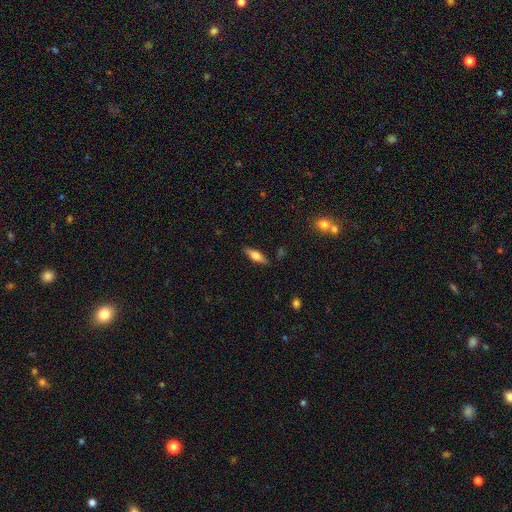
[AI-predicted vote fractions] Smooth or featured? Predicted: smooth (p=0.59). How rounded? Predicted: in between (p=0.54). Merging? Predicted: none (p=0.84).